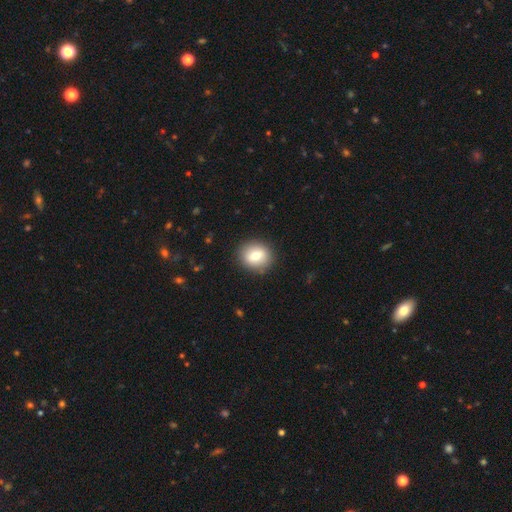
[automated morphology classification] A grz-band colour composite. It shows a smooth galaxy with no disk features (72%) that is round (74%). Merging: none (89%).